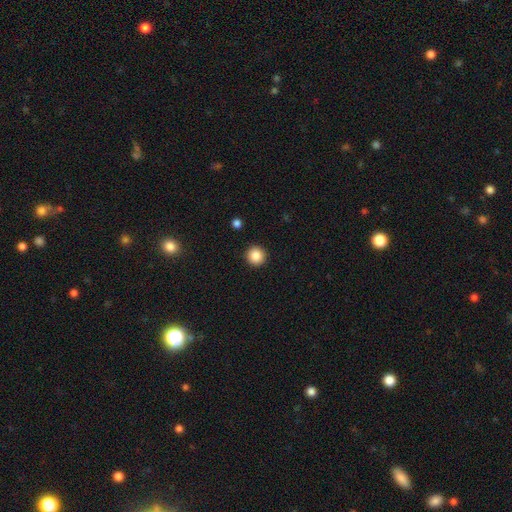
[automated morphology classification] Overall: smooth (86%). How rounded: round (95%). Merging: none (93%).